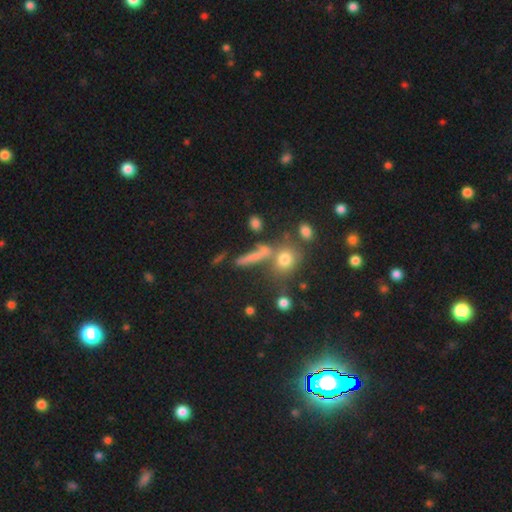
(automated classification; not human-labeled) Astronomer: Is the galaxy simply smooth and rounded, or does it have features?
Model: smooth — 58%.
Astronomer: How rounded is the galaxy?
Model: cigar-shaped — 57%.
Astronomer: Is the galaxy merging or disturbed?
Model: none — 60%.